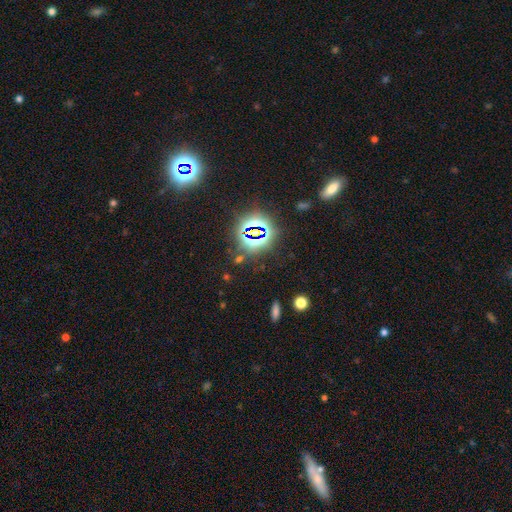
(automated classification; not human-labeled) Smooth or featured? star or artifact (78%)